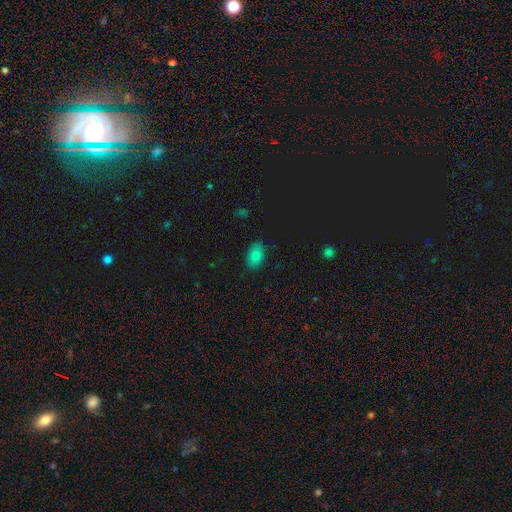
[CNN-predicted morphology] This appears to be a smooth galaxy with no disk features (78%) that is in between round and cigar-shaped (88%). Merging: none (86%).